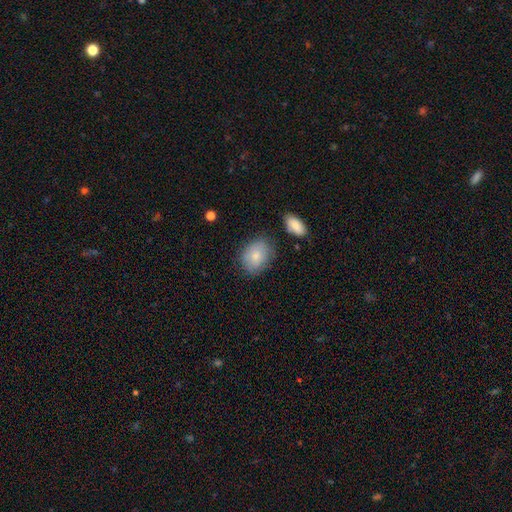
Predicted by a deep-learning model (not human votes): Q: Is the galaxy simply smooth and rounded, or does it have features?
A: smooth — 80%.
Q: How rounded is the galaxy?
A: in between — 68%.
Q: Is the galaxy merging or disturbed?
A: none — 71%.